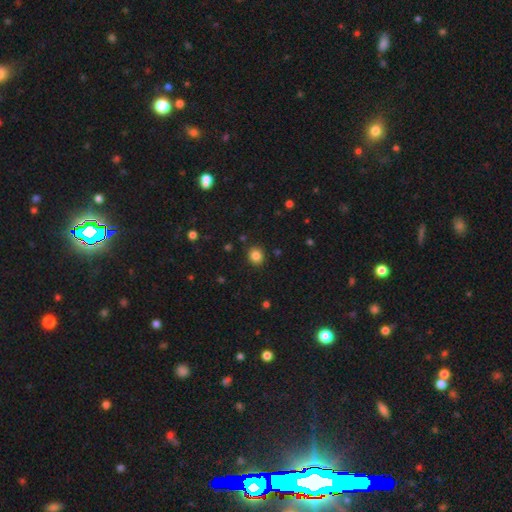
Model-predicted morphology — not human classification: This is clearly a smooth galaxy (84%). How rounded: likely round (79%). Merging: clearly none (90%).